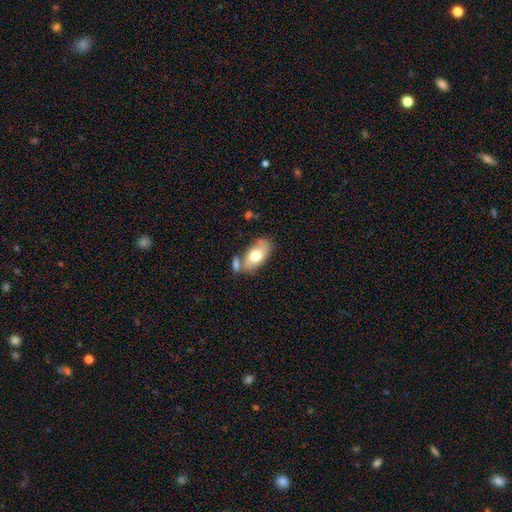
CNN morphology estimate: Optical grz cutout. It shows a smooth galaxy with no disk features (69%) that is in between round and cigar-shaped (92%). Merging: none (54%).